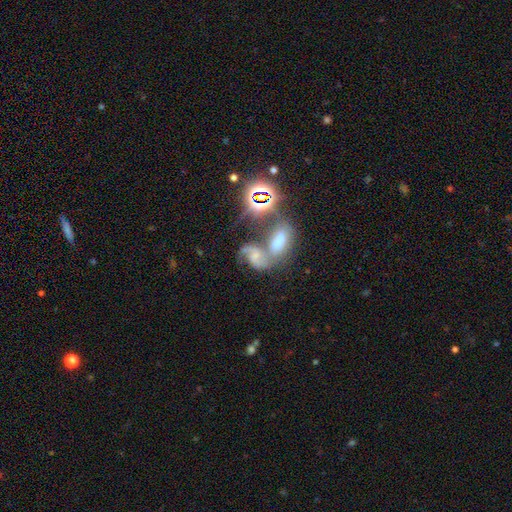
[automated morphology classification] Smooth or featured? Predicted: featured or disk (p=0.52). Edge-on disk? Predicted: no (p=0.96). Merging? Predicted: merger (p=0.66).